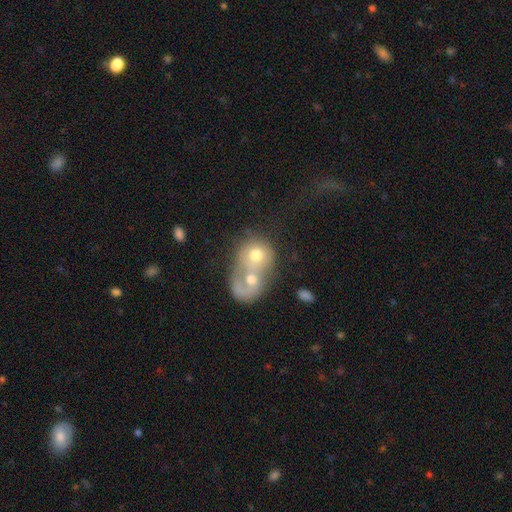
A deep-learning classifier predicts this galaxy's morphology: This is possibly a smooth galaxy (58%). How rounded: likely round (65%). Merging: clearly merger (82%).